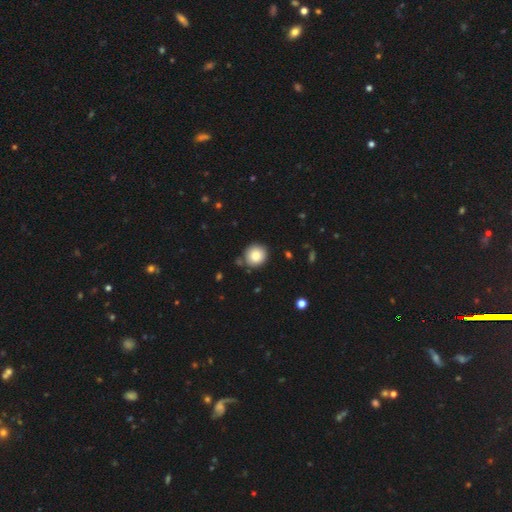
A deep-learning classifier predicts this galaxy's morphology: This appears to be a smooth galaxy with no disk features (86%) that is round (92%). Merging: none (84%).